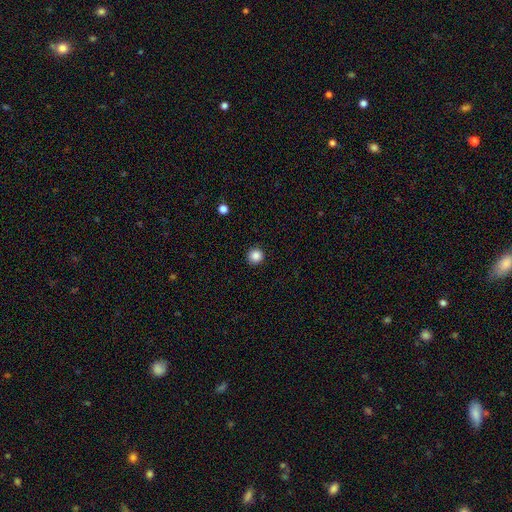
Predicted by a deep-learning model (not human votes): smooth 87%, star or artifact 10%, featured or disk 3%. Down the decision tree: how rounded — round (95%); merging — none (92%).